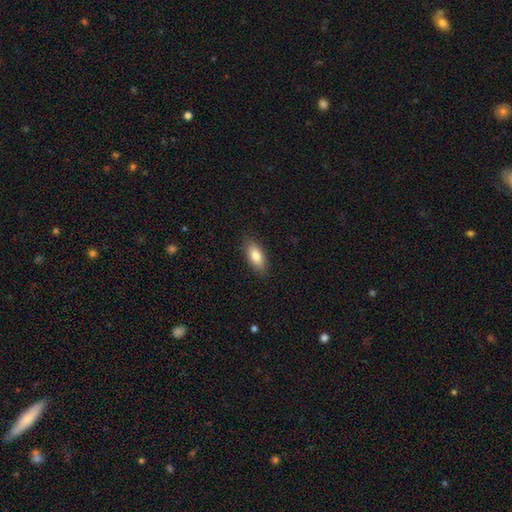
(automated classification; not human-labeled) Smooth or featured? smooth (81%)
How rounded? in between (85%)
Merging? none (87%)